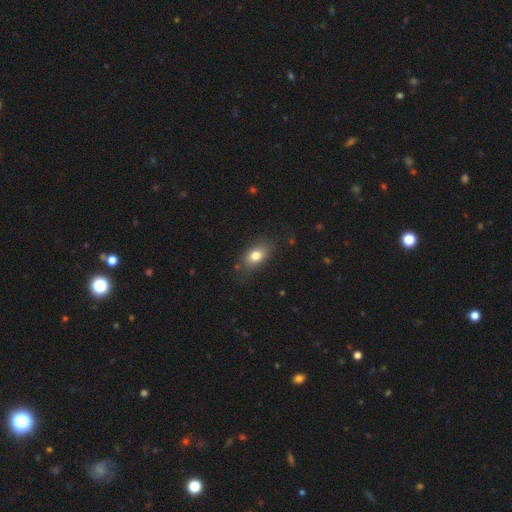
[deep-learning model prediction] Smooth or featured: smooth — 78% (featured or disk — 13%)
How rounded: in between — 84% (round — 11%)
Merging: none — 77% (minor disturbance — 17%)